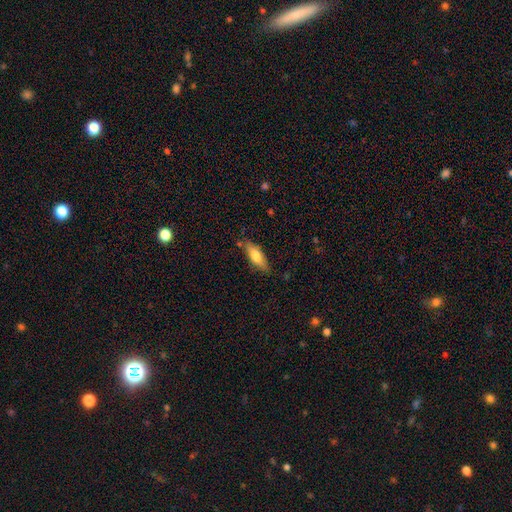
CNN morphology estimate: Smooth or featured?
  - smooth: 73% *
  - featured or disk: 21%
  - star or artifact: 6%
How rounded?
  - in between: 59% *
  - cigar-shaped: 39%
  - round: 2%
Merging?
  - none: 78% *
  - minor disturbance: 16%
  - major disturbance: 3%
  - merger: 3%